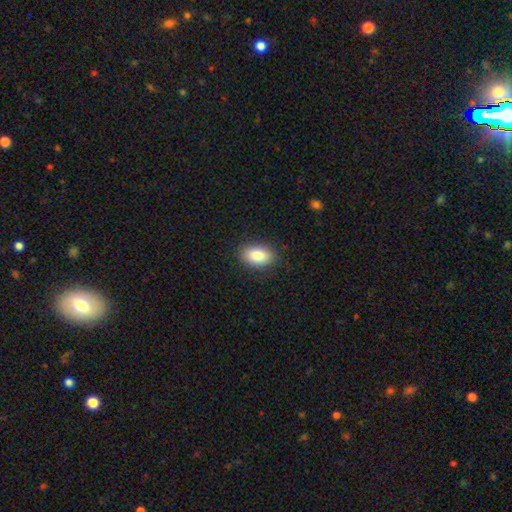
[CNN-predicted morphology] Smooth or featured: smooth — 86% (star or artifact — 7%)
How rounded: in between — 90% (round — 8%)
Merging: none — 87% (minor disturbance — 10%)